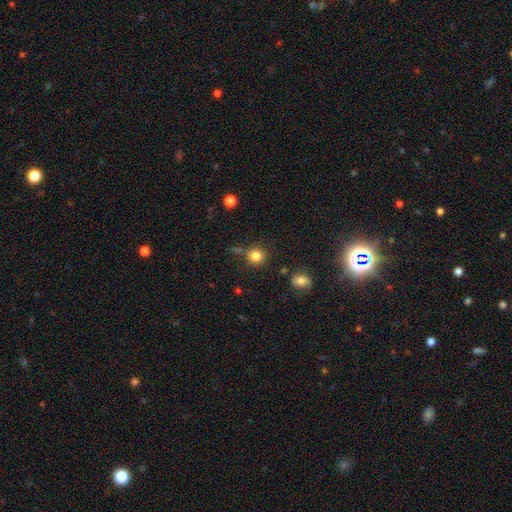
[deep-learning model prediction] Q: Smooth or featured?
A: smooth (83%); runner-up: star or artifact (12%)
Q: How rounded?
A: round (91%); runner-up: in between (8%)
Q: Merging?
A: none (78%); runner-up: minor disturbance (11%)